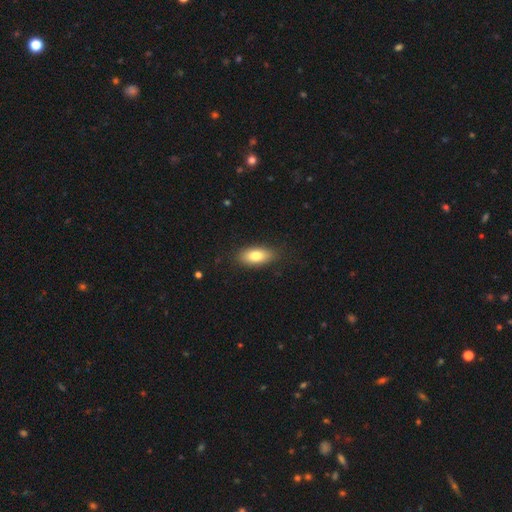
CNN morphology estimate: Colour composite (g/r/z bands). It shows a smooth galaxy with no disk features (80%) that is in between round and cigar-shaped (87%). Merging: none (84%).